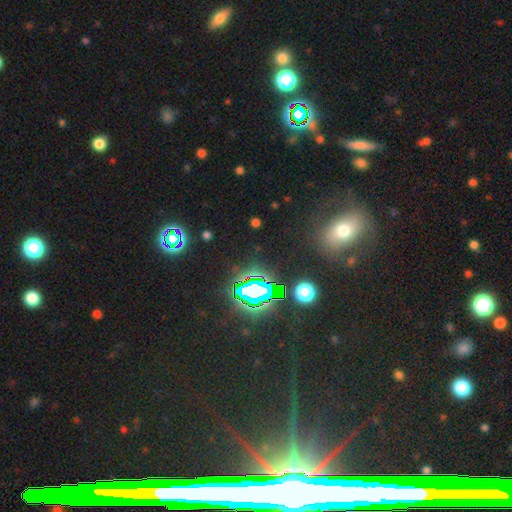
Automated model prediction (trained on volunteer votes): A star or artifact, not a galaxy (73%).

Vote fractions:
- Smooth or featured? star or artifact: 73% / smooth: 17% / featured or disk: 11%